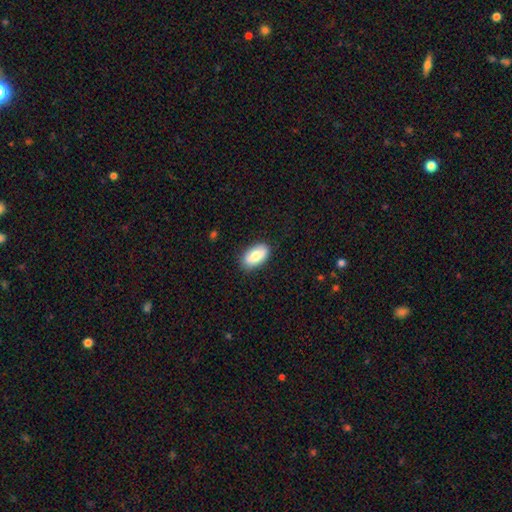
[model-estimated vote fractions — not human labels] Q: Smooth or featured?
A: smooth (78%); runner-up: featured or disk (16%)
Q: How rounded?
A: in between (93%); runner-up: round (5%)
Q: Merging?
A: none (86%); runner-up: minor disturbance (11%)